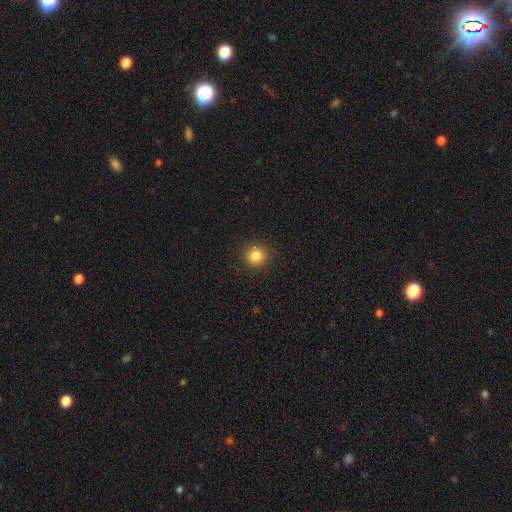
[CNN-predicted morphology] This is clearly a smooth galaxy (84%). How rounded: clearly round (93%). Merging: clearly none (91%).